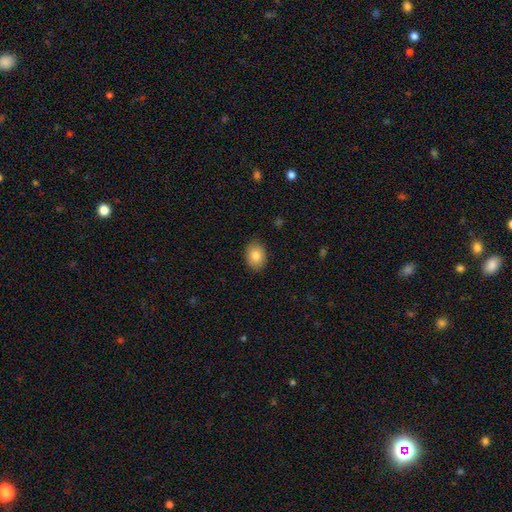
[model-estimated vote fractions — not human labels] Q: Smooth or featured?
A: smooth (83%); runner-up: featured or disk (8%)
Q: How rounded?
A: in between (63%); runner-up: round (36%)
Q: Merging?
A: none (87%); runner-up: minor disturbance (10%)